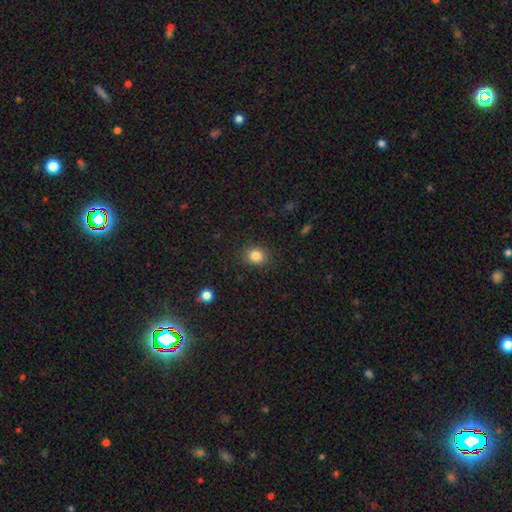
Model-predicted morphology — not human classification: Q: Smooth or featured?
A: smooth (84%); runner-up: star or artifact (11%)
Q: How rounded?
A: round (69%); runner-up: in between (31%)
Q: Merging?
A: none (88%); runner-up: minor disturbance (8%)